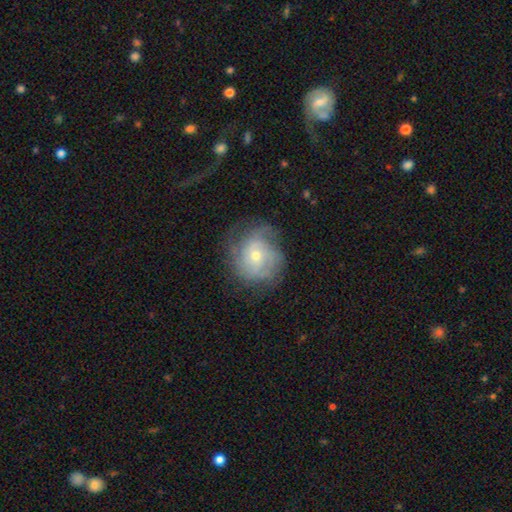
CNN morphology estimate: featured or disk 68%, smooth 23%, star or artifact 9%. Down the decision tree: edge-on disk — no (97%); bar — no (76%); spiral arms — yes (84%); spiral arm count — can't tell (44%); spiral winding — tight (48%); bulge size — small (59%); merging — none (58%).